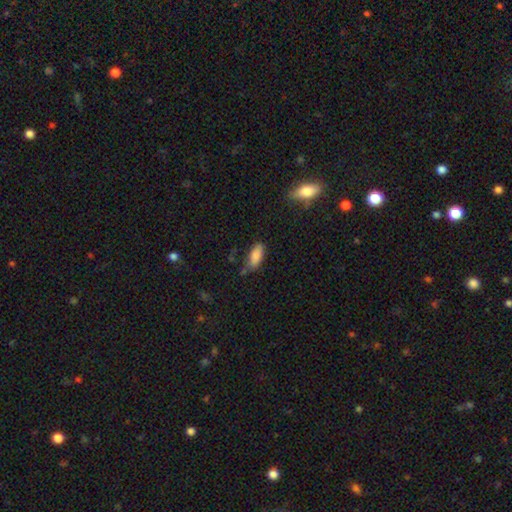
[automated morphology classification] The model was most divided on "merging": none: 63%, minor disturbance: 26%, major disturbance: 6%, merger: 5%. More confident: smooth or featured — smooth (84%); how rounded — in between (84%).